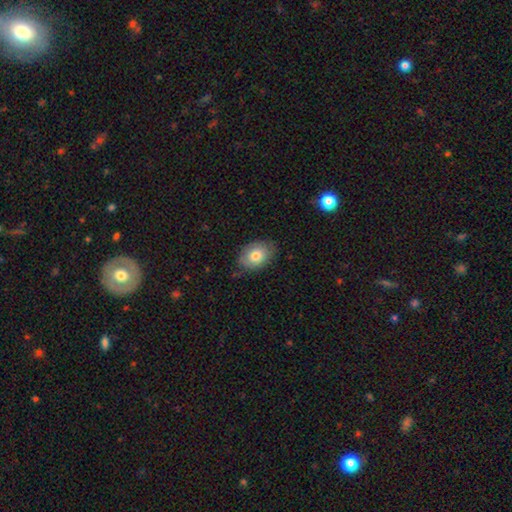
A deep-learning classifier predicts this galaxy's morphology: This is likely a smooth galaxy (74%). How rounded: clearly in between (80%). Merging: likely none (75%).